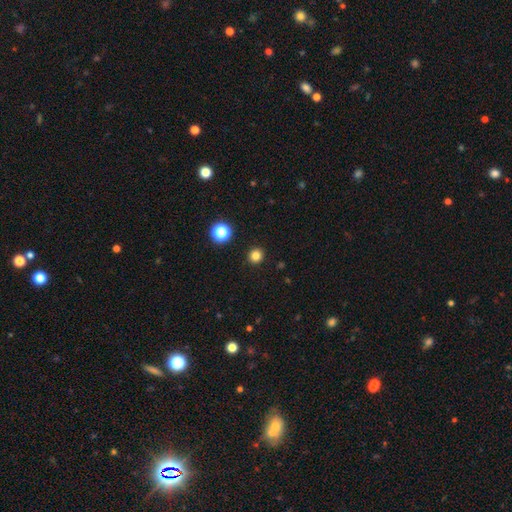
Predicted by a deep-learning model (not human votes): smooth-or-featured: smooth: 81% | star or artifact: 14% | featured or disk: 4%
  how-rounded: round: 93% | in between: 6% | cigar-shaped: 1%
  merging: none: 93% | minor disturbance: 5% | major disturbance: 2% | merger: 1%